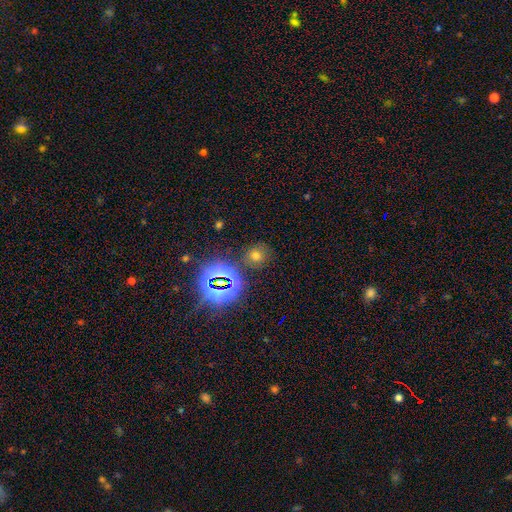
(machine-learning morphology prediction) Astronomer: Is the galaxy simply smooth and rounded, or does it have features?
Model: smooth — 57% (runner-up: star or artifact, 35%).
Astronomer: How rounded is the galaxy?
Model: round — 81%.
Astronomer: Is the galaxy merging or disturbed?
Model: none — 80%.